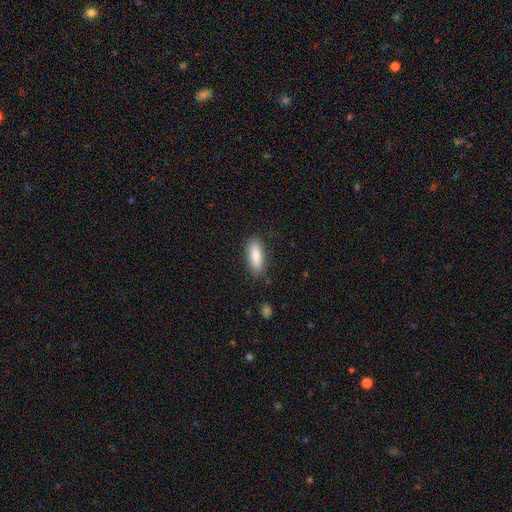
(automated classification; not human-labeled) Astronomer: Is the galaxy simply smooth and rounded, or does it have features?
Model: smooth — 84%.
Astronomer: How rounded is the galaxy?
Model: in between — 69%.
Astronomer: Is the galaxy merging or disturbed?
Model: none — 83%.